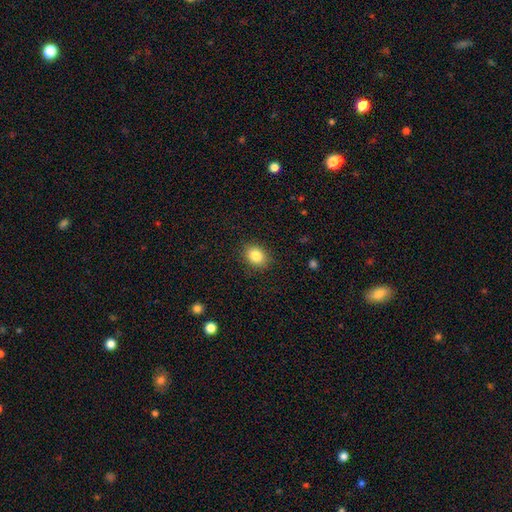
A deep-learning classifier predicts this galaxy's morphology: A smooth galaxy with no disk features (84%) that is in between round and cigar-shaped (57%).

Vote fractions:
- Smooth or featured? smooth: 84% / star or artifact: 9% / featured or disk: 7%
- How rounded? in between: 57% / round: 43% / cigar-shaped: 1%
- Merging? none: 88% / minor disturbance: 8% / major disturbance: 2% / merger: 1%